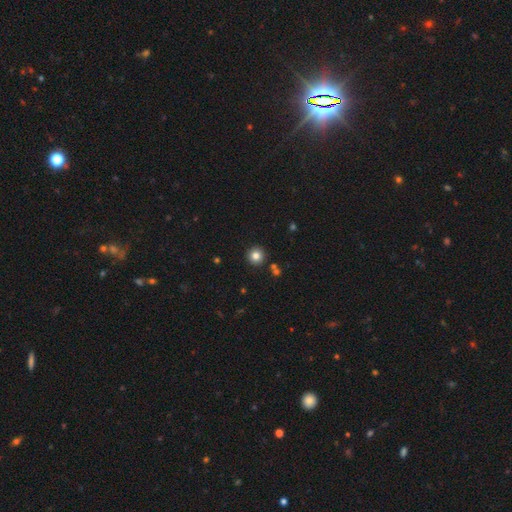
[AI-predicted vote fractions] Morphology: type=smooth (81%); roundness=round (95%); merging=none (89%).